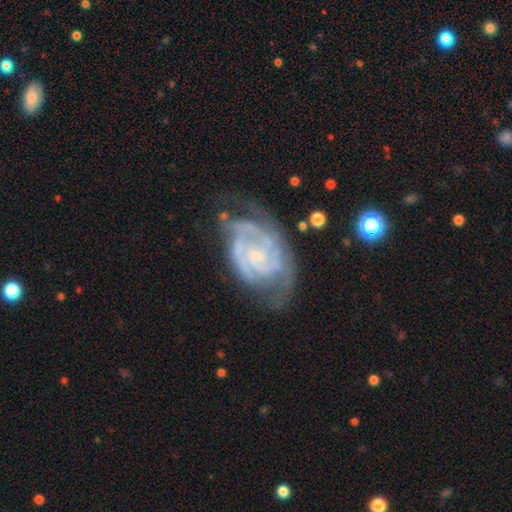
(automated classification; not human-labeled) Overall: featured or disk (87%). Edge-on disk: no (97%). Bar: no (60%; weak 33%). Spiral arms: yes (96%). Spiral arm count: 2 (43%; 3 23%). Spiral winding: tight (60%; medium 34%). Bulge size: small (68%). Merging: none (56%; minor disturbance 26%).